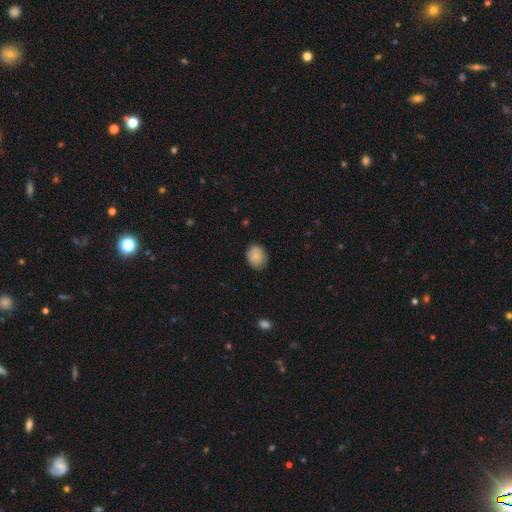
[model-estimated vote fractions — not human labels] This is clearly a smooth galaxy (86%). How rounded: possibly round (54%). Merging: likely none (80%).